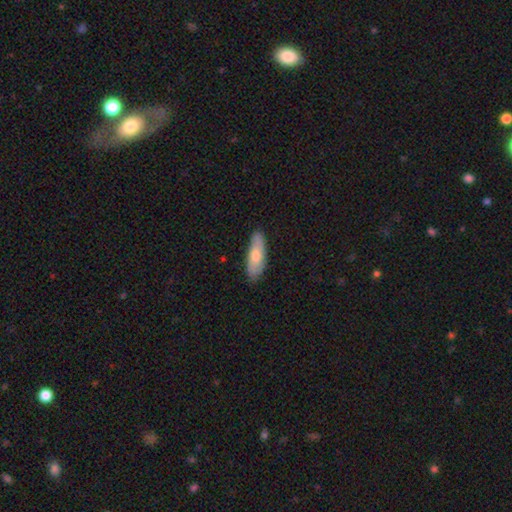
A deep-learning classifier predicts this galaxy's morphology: A smooth galaxy with no disk features (69%) that is in between round and cigar-shaped (54%).

Vote fractions:
- Smooth or featured? smooth: 69% / featured or disk: 25% / star or artifact: 6%
- How rounded? in between: 54% / cigar-shaped: 44% / round: 2%
- Merging? none: 84% / minor disturbance: 13% / major disturbance: 2% / merger: 1%